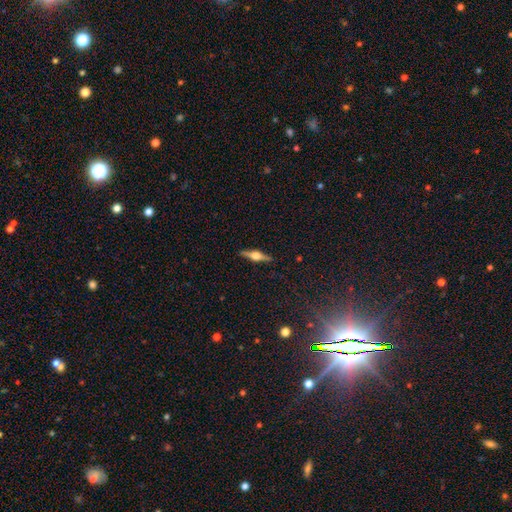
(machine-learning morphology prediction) This appears to be a featured or disk galaxy (75%) viewed edge-on (97%) with a rounded central bulge (92%). Merging: none (90%).